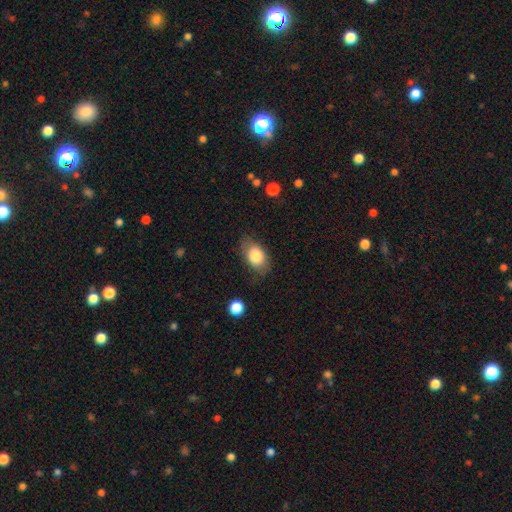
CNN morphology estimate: This appears to be a smooth galaxy with no disk features (81%) that is in between round and cigar-shaped (85%). Merging: none (74%).